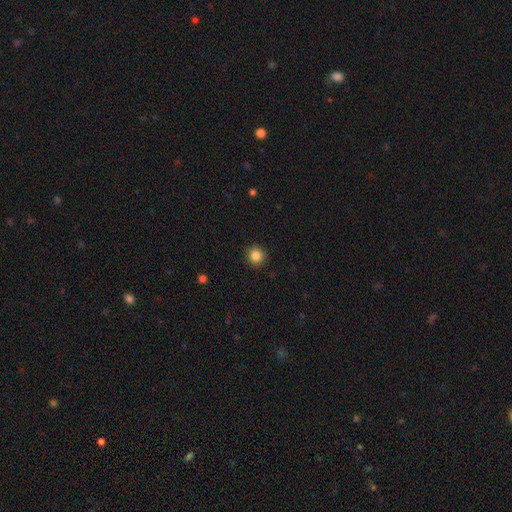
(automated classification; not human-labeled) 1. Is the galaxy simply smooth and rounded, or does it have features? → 85% smooth, 11% star or artifact, 4% featured or disk.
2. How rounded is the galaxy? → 93% round, 6% in between, 1% cigar-shaped.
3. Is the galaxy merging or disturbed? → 92% none, 6% minor disturbance, 2% major disturbance, 1% merger.